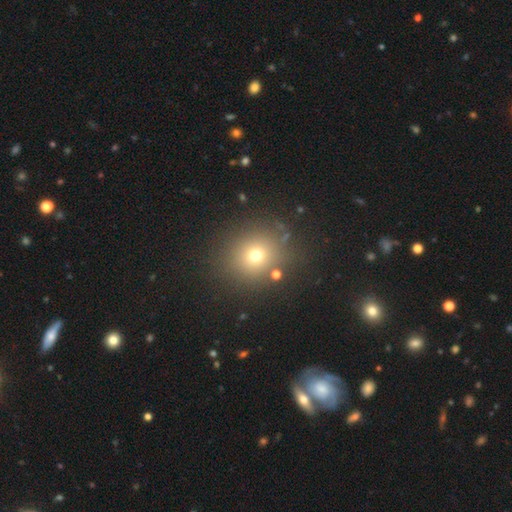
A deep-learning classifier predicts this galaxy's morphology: Overall: smooth (69%). How rounded: round (85%). Merging: none (84%).